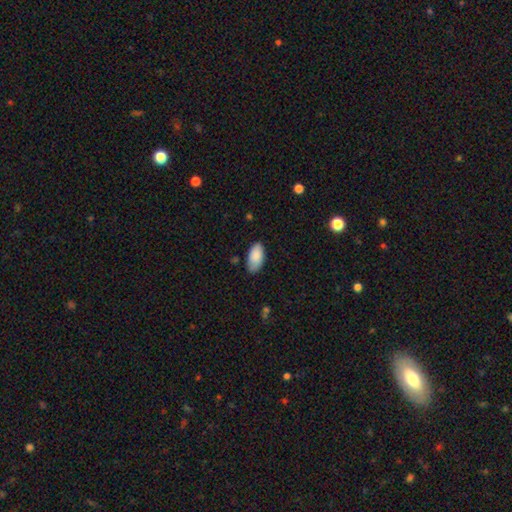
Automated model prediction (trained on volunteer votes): smooth 88%, star or artifact 6%, featured or disk 6%. Down the decision tree: how rounded — in between (95%); merging — none (77%).